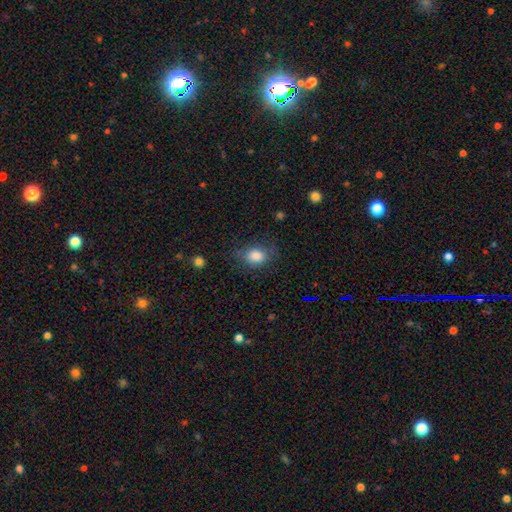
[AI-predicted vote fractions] smooth-or-featured: smooth: 83% | star or artifact: 9% | featured or disk: 7%
  how-rounded: in between: 52% | round: 47% | cigar-shaped: 1%
  merging: none: 66% | minor disturbance: 23% | major disturbance: 9% | merger: 2%